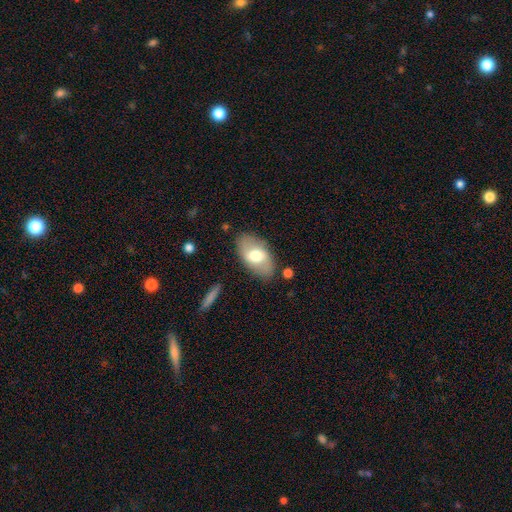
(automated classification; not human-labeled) A smooth galaxy with no disk features (61%) that is in between round and cigar-shaped (93%).

Vote fractions:
- Smooth or featured? smooth: 61% / featured or disk: 33% / star or artifact: 6%
- How rounded? in between: 93% / round: 5% / cigar-shaped: 2%
- Merging? none: 80% / minor disturbance: 13% / major disturbance: 4% / merger: 3%